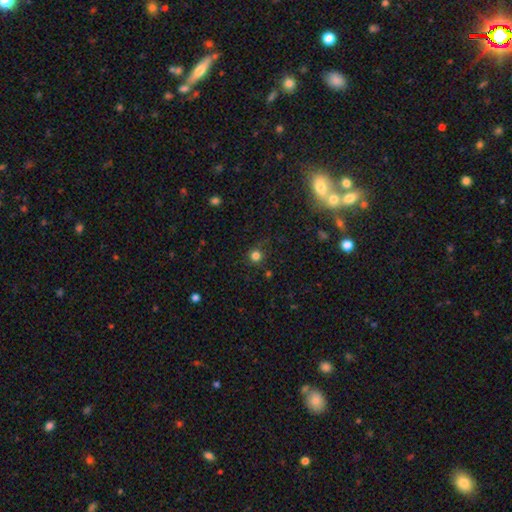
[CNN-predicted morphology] smooth-or-featured: smooth: 79% | star or artifact: 16% | featured or disk: 5%
  how-rounded: round: 94% | in between: 5% | cigar-shaped: 1%
  merging: none: 84% | minor disturbance: 10% | major disturbance: 4% | merger: 2%